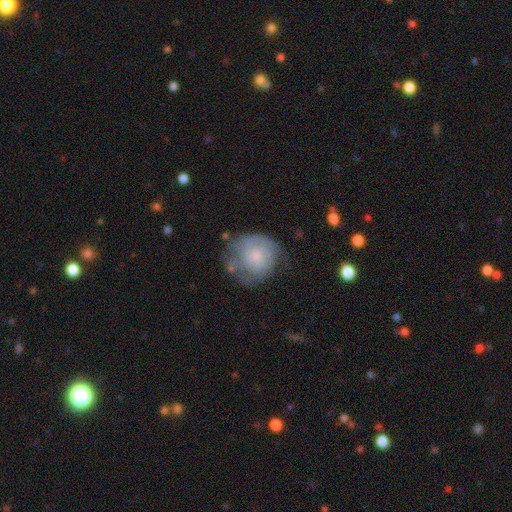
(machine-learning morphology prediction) smooth-or-featured: featured or disk: 56% | smooth: 37% | star or artifact: 7%
  disk-edge-on: no: 98% | yes: 2%
    bar: no: 75% | weak: 22% | strong: 3%
    has-spiral-arms: yes: 79% | no: 21%
    bulge-size: small: 44% | moderate: 30% | none: 19% | large: 6% | dominant: 2%
  merging: none: 55% | minor disturbance: 26% | major disturbance: 16% | merger: 3%